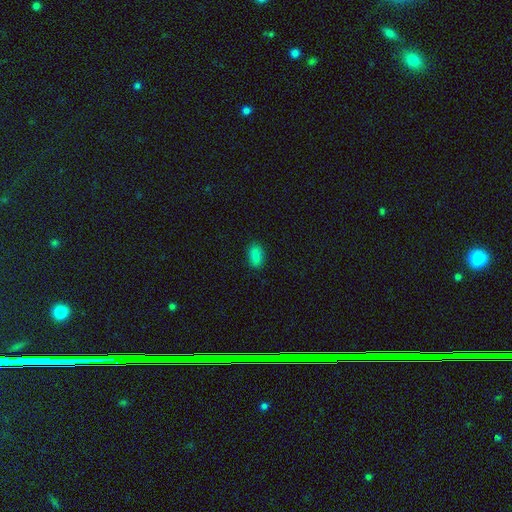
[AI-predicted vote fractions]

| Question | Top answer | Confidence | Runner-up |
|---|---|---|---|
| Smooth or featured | smooth | 85% | star or artifact (10%) |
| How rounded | in between | 89% | round (8%) |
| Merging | none | 87% | minor disturbance (10%) |